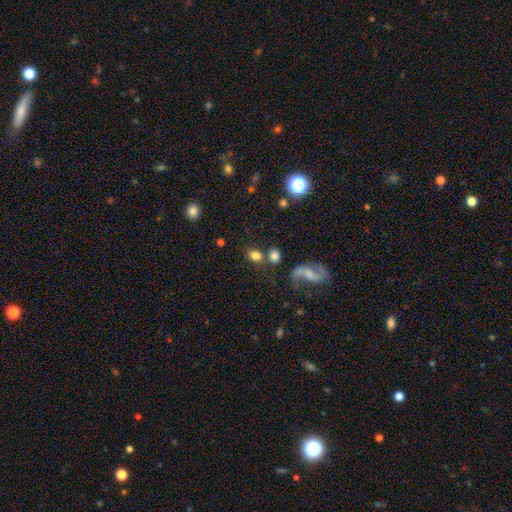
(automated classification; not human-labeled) smooth 76%, featured or disk 13%, star or artifact 10%. Down the decision tree: how rounded — in between (53%); merging — none (57%).